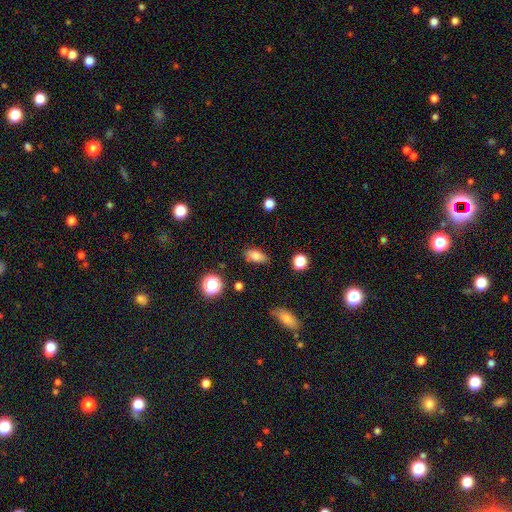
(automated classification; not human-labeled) This is clearly a smooth galaxy (81%). How rounded: clearly in between (86%). Merging: clearly none (80%).